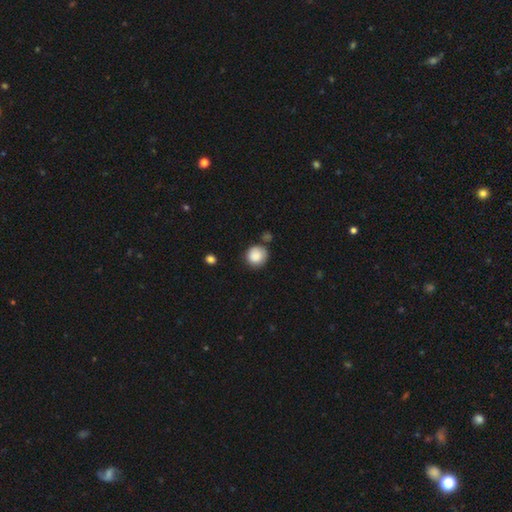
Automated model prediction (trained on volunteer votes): Smooth or featured? Predicted: smooth (p=0.87). How rounded? Predicted: round (p=0.89). Merging? Predicted: none (p=0.72).